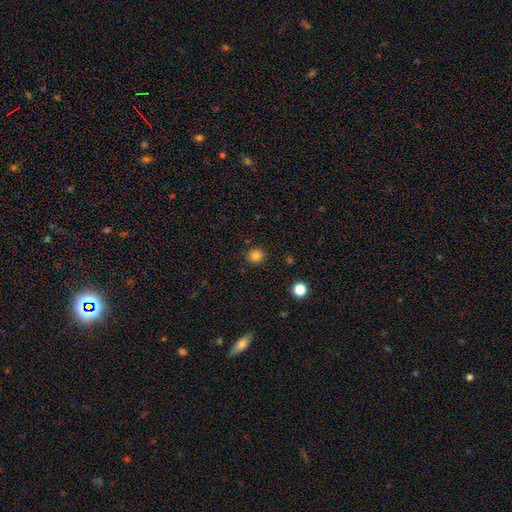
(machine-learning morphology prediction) smooth 83%, star or artifact 13%, featured or disk 4%. Down the decision tree: how rounded — round (89%); merging — none (89%).